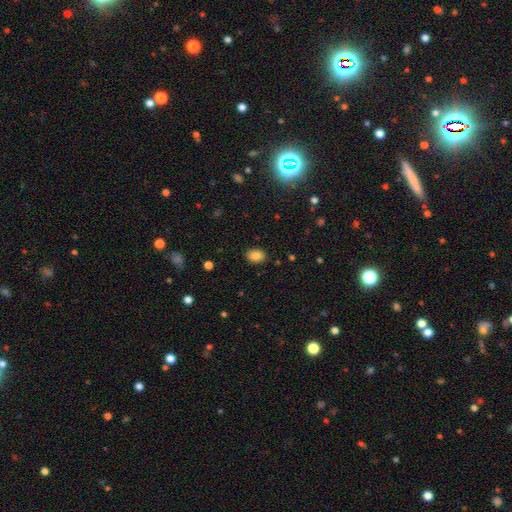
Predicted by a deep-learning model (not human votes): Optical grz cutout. It shows a smooth galaxy with no disk features (84%) that is in between round and cigar-shaped (70%). Merging: none (88%).